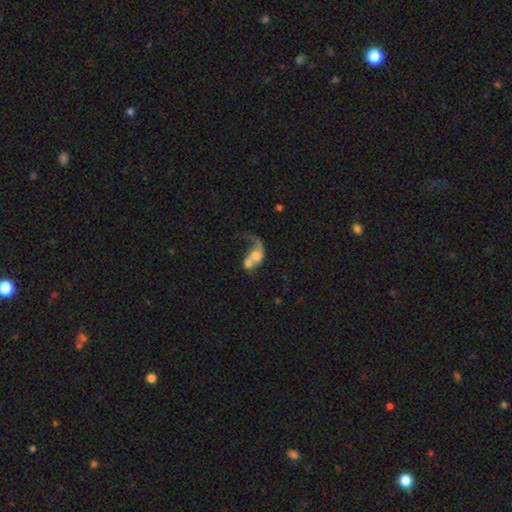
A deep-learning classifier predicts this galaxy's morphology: featured or disk 52%, smooth 38%, star or artifact 10%. Down the decision tree: edge-on disk — no (96%); bar — no (75%); spiral arms — yes (64%); bulge size — moderate (28%); merging — merger (61%).